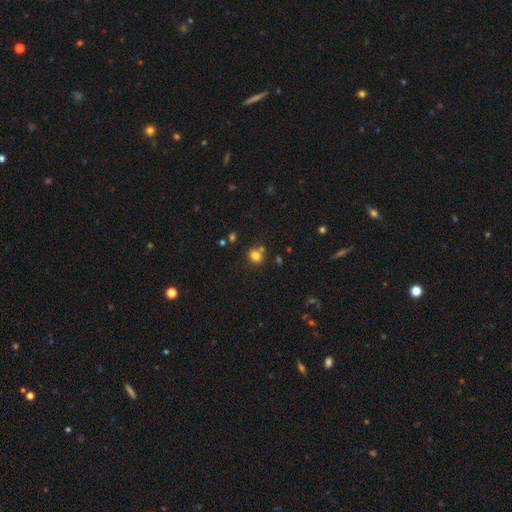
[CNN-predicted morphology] Smooth or featured? smooth (79%)
How rounded? round (73%)
Merging? none (72%)